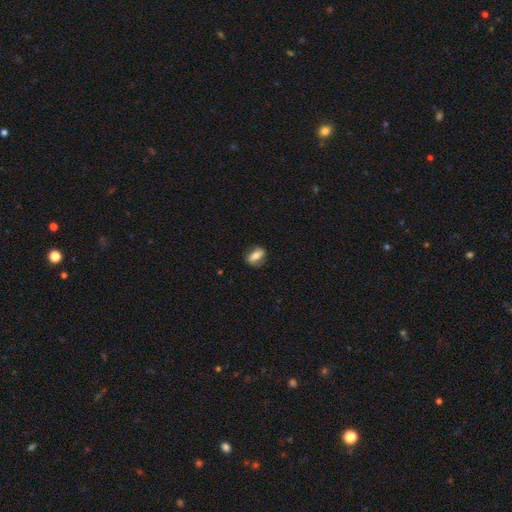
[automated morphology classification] Overall: smooth (61%; featured or disk 31%). How rounded: in between (80%). Merging: none (73%).